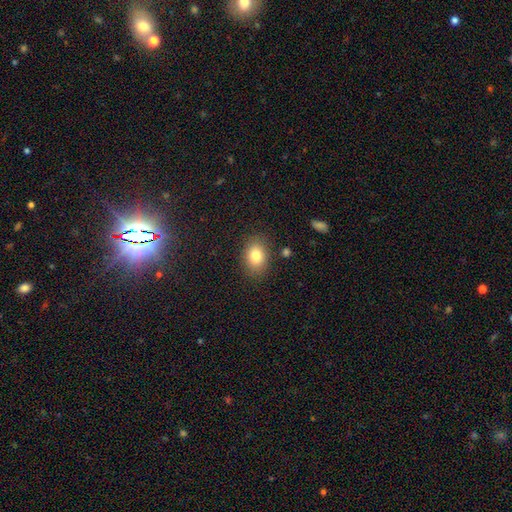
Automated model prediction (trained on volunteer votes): Smooth or featured?
  - smooth: 82% *
  - star or artifact: 9%
  - featured or disk: 8%
How rounded?
  - in between: 70% *
  - round: 29%
  - cigar-shaped: 1%
Merging?
  - none: 84% *
  - minor disturbance: 11%
  - major disturbance: 3%
  - merger: 2%